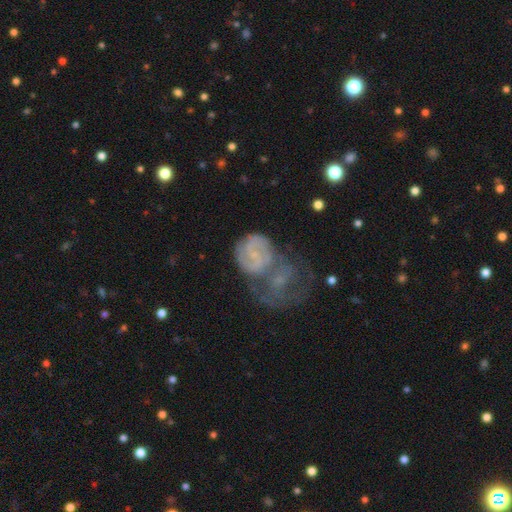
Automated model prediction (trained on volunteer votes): smooth-or-featured: featured or disk: 72% | smooth: 20% | star or artifact: 8%
  disk-edge-on: no: 97% | yes: 3%
    bar: no: 54% | weak: 37% | strong: 9%
    has-spiral-arms: yes: 86% | no: 14%
      spiral-winding: tight: 50% | medium: 37% | loose: 13%
      spiral-arm-count: 2: 51% | can't tell: 27% | 3: 8% | 1: 7% | 4: 3% | more than 4: 3%
    bulge-size: small: 65% | none: 20% | moderate: 12% | large: 1% | dominant: 1%
  merging: merger: 54% | none: 23% | major disturbance: 12% | minor disturbance: 11%